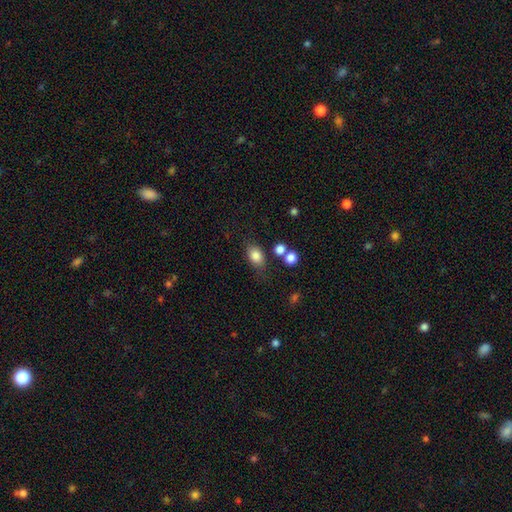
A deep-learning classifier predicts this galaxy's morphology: smooth-or-featured: smooth: 83% | star or artifact: 10% | featured or disk: 8%
  how-rounded: in between: 74% | round: 24% | cigar-shaped: 2%
  merging: none: 69% | minor disturbance: 16% | merger: 10% | major disturbance: 6%